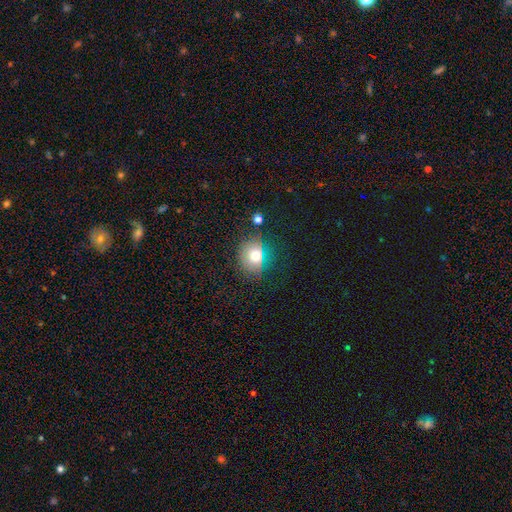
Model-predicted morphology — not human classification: Overall: smooth (72%). How rounded: round (66%; in between 33%). Merging: none (77%).